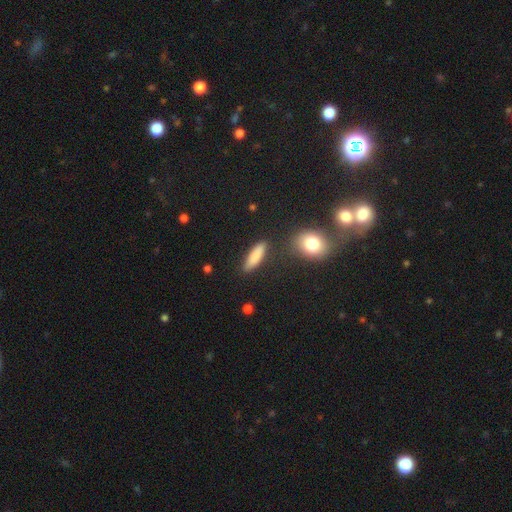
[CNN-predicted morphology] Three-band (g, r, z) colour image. It shows a smooth galaxy with no disk features (84%) that is cigar-shaped (63%). Merging: none (84%).